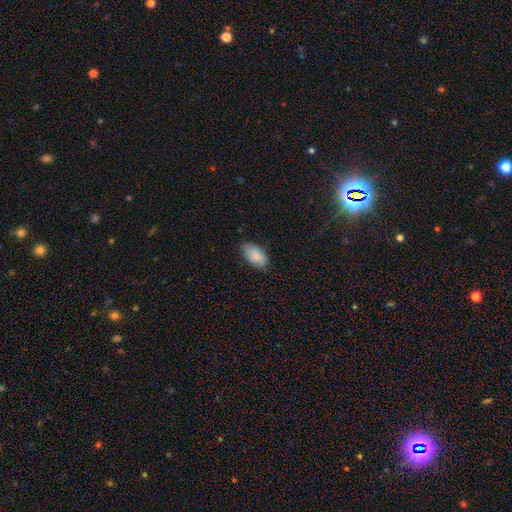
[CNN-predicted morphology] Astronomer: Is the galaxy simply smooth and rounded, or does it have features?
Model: smooth — 85%.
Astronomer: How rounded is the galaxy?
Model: in between — 94%.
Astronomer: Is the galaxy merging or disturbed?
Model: none — 72%.